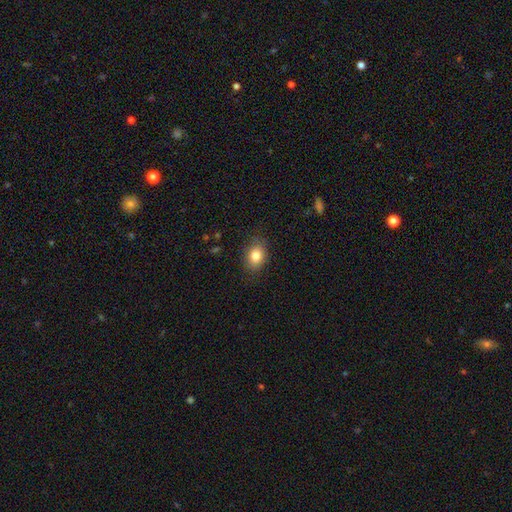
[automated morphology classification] Smooth or featured? Predicted: smooth (p=0.83). How rounded? Predicted: in between (p=0.68). Merging? Predicted: none (p=0.83).